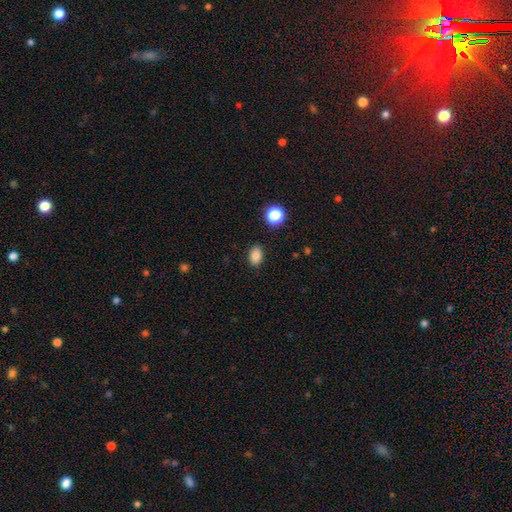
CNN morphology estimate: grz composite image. It shows a smooth galaxy with no disk features (84%) that is in between round and cigar-shaped (82%). Merging: none (87%).